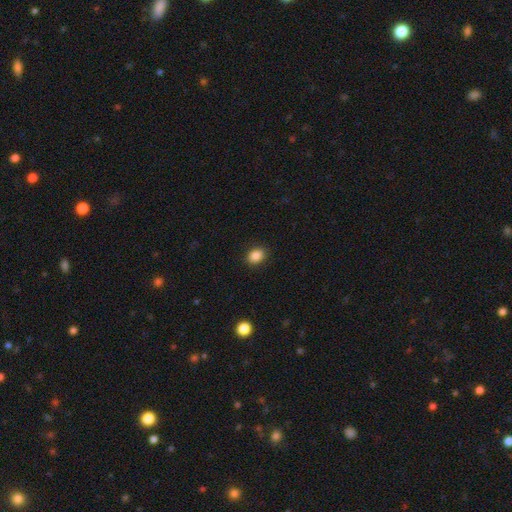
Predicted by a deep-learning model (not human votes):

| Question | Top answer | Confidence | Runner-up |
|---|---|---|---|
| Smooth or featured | smooth | 86% | star or artifact (9%) |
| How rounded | in between | 62% | round (37%) |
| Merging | none | 90% | minor disturbance (7%) |